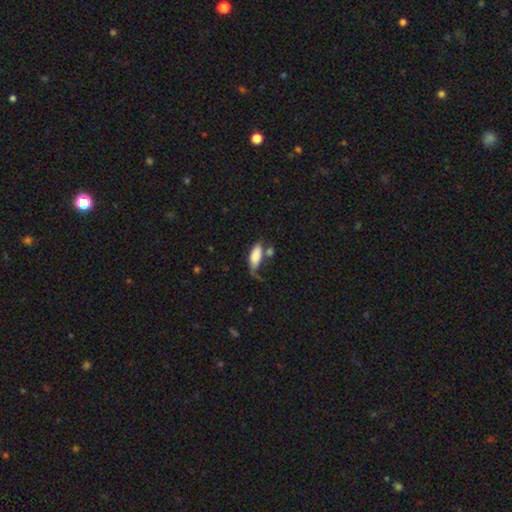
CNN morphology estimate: smooth 77%, featured or disk 15%, star or artifact 7%. Down the decision tree: how rounded — in between (83%); merging — none (30%).